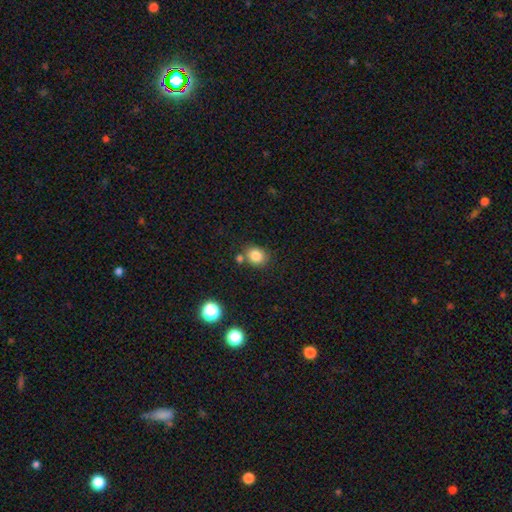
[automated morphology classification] This is clearly a smooth galaxy (83%). How rounded: likely round (72%). Merging: likely none (72%).